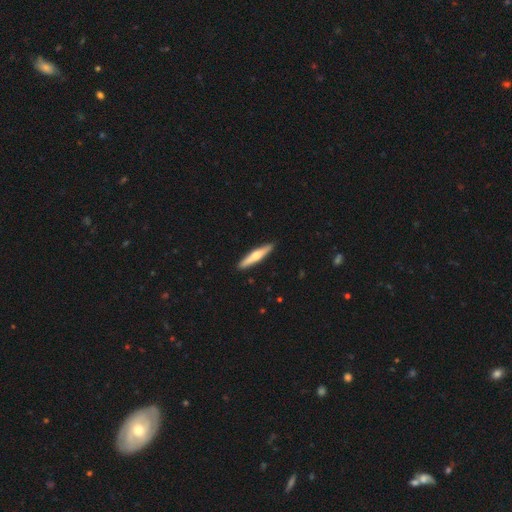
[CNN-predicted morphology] A featured or disk galaxy (50%).

Vote fractions:
- Smooth or featured? featured or disk: 50% / smooth: 45% / star or artifact: 5%
- Merging? none: 91% / minor disturbance: 6% / major disturbance: 1% / merger: 1%